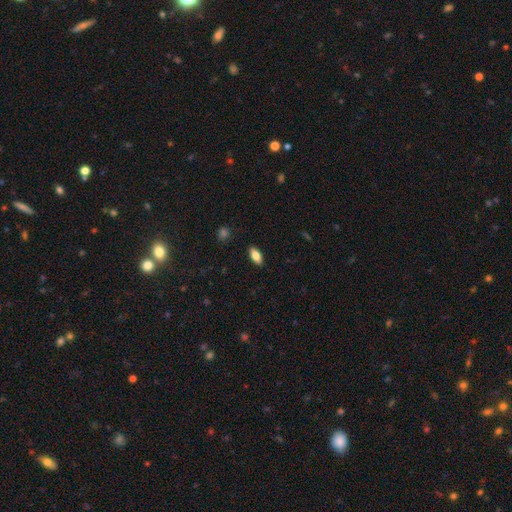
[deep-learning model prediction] Q: Smooth or featured?
A: smooth (78%); runner-up: featured or disk (15%)
Q: How rounded?
A: in between (86%); runner-up: cigar-shaped (11%)
Q: Merging?
A: none (89%); runner-up: minor disturbance (8%)